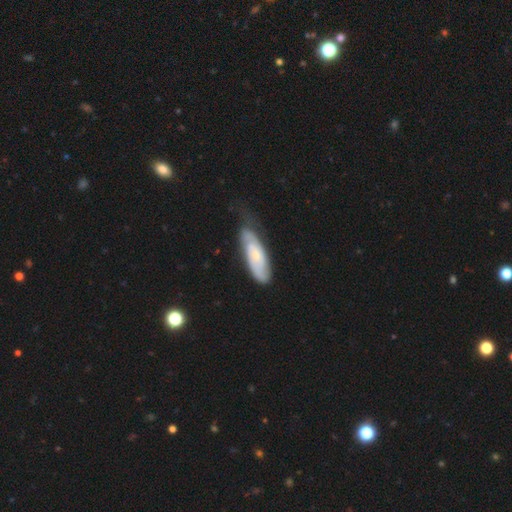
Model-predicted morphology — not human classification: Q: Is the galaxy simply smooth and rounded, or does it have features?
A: featured or disk — 59%.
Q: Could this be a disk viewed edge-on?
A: no — 84%.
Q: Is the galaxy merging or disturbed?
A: none — 49%.